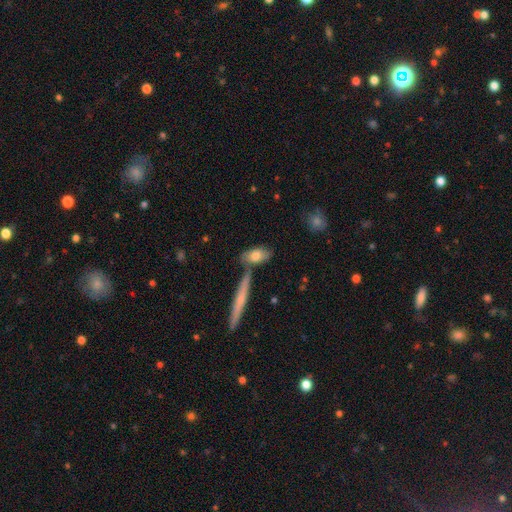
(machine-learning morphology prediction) A smooth galaxy with no disk features (71%) that is in between round and cigar-shaped (77%).

Vote fractions:
- Smooth or featured? smooth: 71% / featured or disk: 23% / star or artifact: 6%
- How rounded? in between: 77% / cigar-shaped: 18% / round: 5%
- Merging? none: 56% / merger: 22% / minor disturbance: 16% / major disturbance: 5%